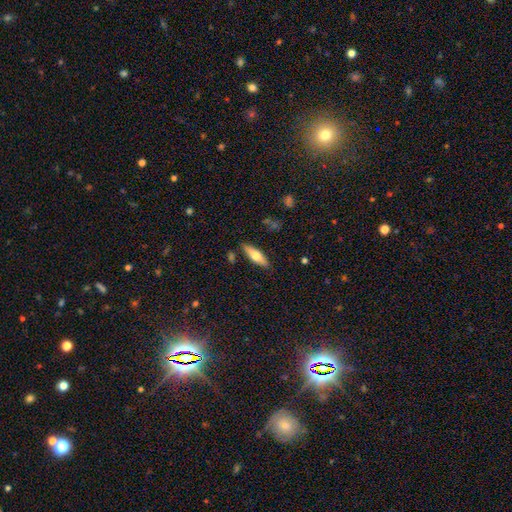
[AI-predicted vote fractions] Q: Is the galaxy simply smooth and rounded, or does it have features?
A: smooth — 57%.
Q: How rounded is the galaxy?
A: cigar-shaped — 53%.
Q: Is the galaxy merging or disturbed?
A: none — 85%.